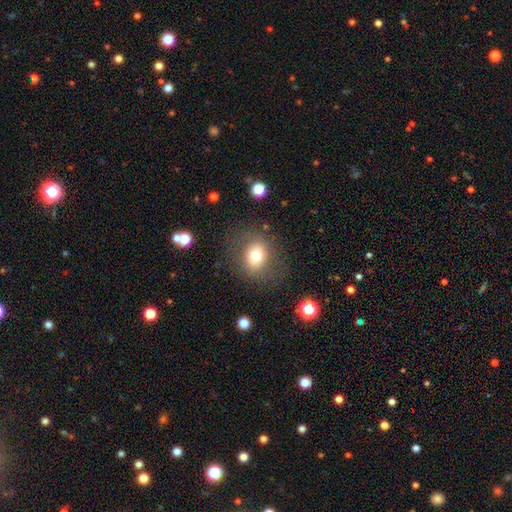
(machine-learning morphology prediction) smooth_or_featured: smooth (p=0.72) [alt: featured or disk p=0.18]
how_rounded: round (p=0.57) [alt: in between p=0.42]
merging: none (p=0.74) [alt: minor disturbance p=0.14]